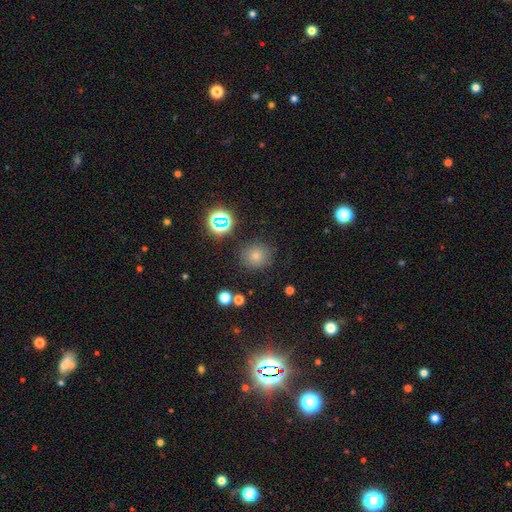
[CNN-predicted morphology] The model was most divided on "smooth or featured": smooth: 63%, star or artifact: 28%, featured or disk: 9%. More confident: how rounded — round (88%); merging — none (87%).